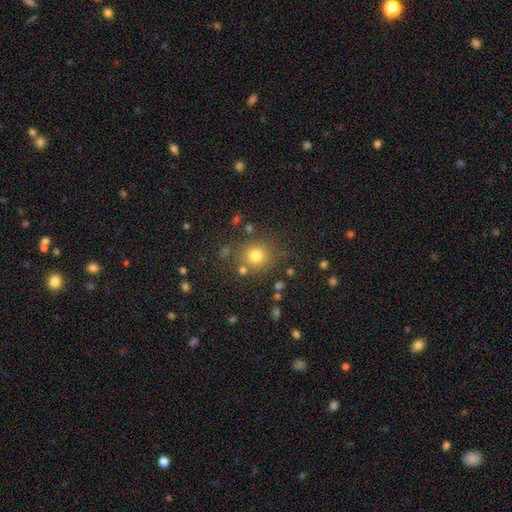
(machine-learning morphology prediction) A smooth galaxy with no disk features (76%) that is round (90%). Merging: none (80%).